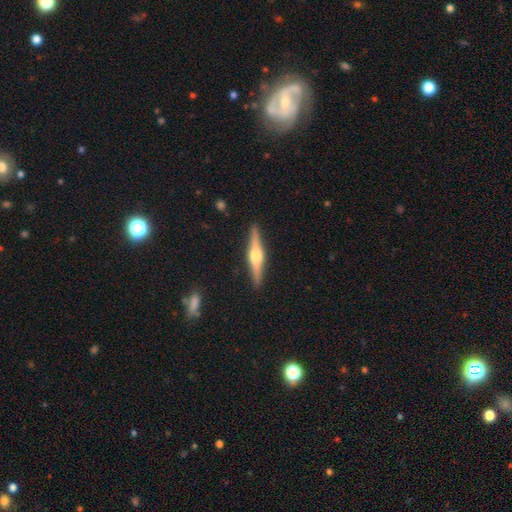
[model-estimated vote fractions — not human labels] Smooth or featured? featured or disk (72%)
Edge-on disk? yes (98%)
Edge-on bulge? rounded (93%)
Merging? none (91%)